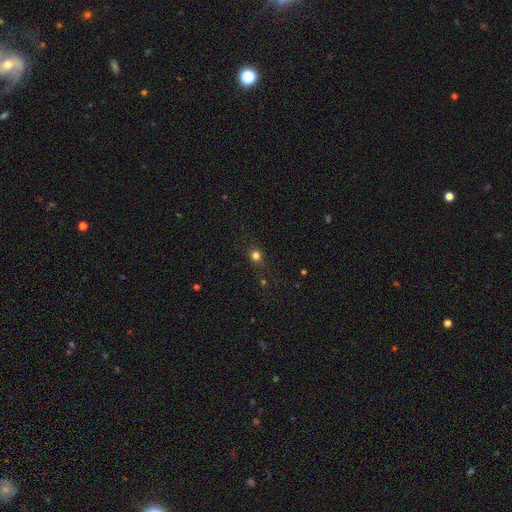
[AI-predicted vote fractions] Smooth or featured? smooth (76%)
How rounded? round (82%)
Merging? none (85%)